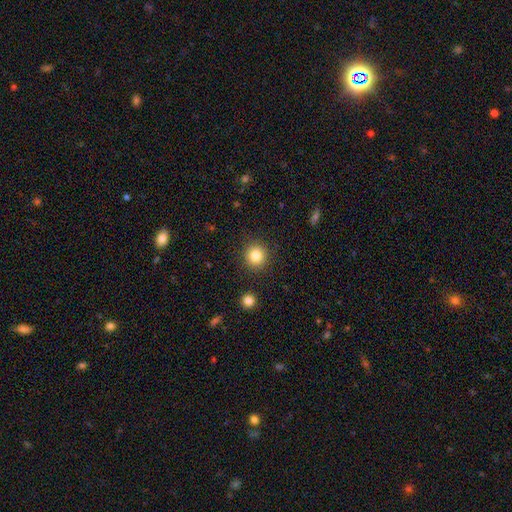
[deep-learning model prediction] This appears to be a smooth galaxy with no disk features (83%) that is round (92%). Merging: none (89%).